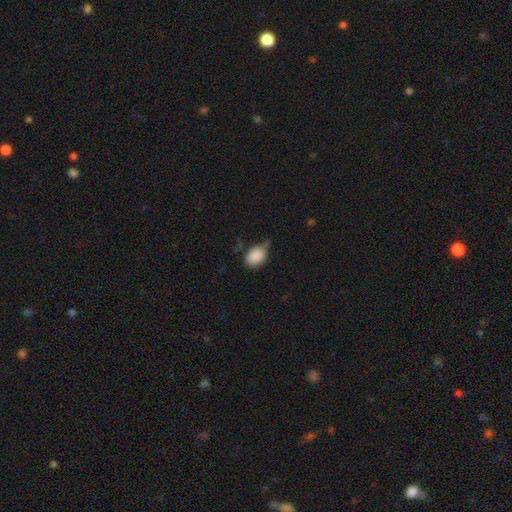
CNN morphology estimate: Smooth or featured? smooth (88%)
How rounded? in between (65%)
Merging? none (51%)